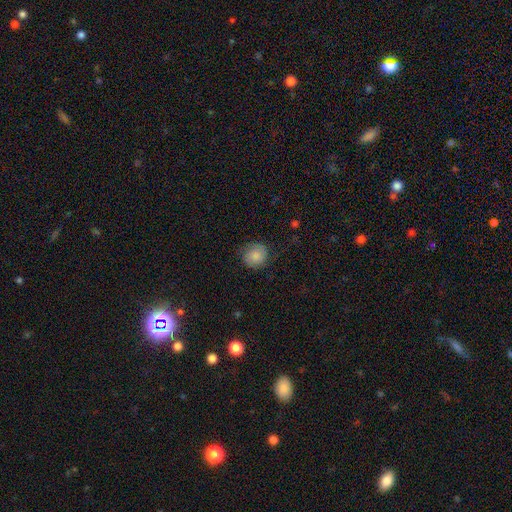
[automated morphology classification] A smooth galaxy with no disk features (72%) that is round (80%).

Vote fractions:
- Smooth or featured? smooth: 72% / featured or disk: 20% / star or artifact: 8%
- How rounded? round: 80% / in between: 19% / cigar-shaped: 1%
- Merging? none: 74% / minor disturbance: 19% / major disturbance: 7% / merger: 1%